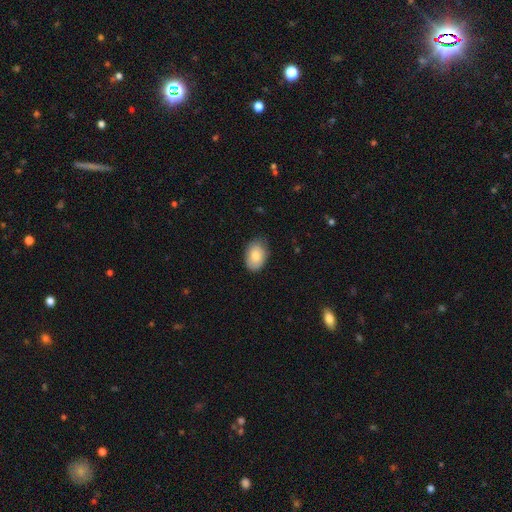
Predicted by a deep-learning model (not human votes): The model was most divided on "merging": none: 80%, minor disturbance: 16%, major disturbance: 3%, merger: 1%. More confident: how rounded — in between (83%); smooth or featured — smooth (83%).